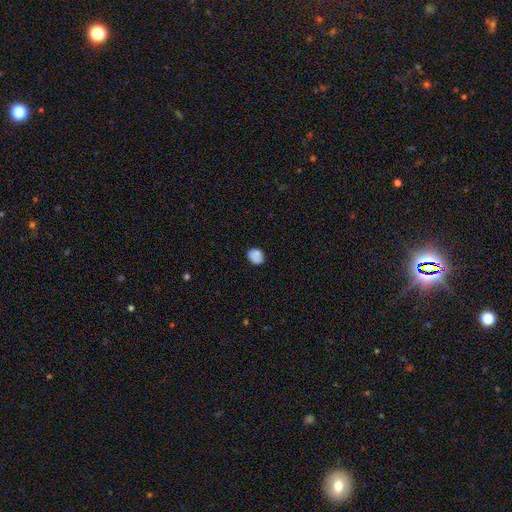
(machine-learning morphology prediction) Smooth or featured?
  - smooth: 83% *
  - star or artifact: 9%
  - featured or disk: 7%
How rounded?
  - round: 53% *
  - in between: 46%
  - cigar-shaped: 1%
Merging?
  - none: 75% *
  - minor disturbance: 18%
  - major disturbance: 4%
  - merger: 3%